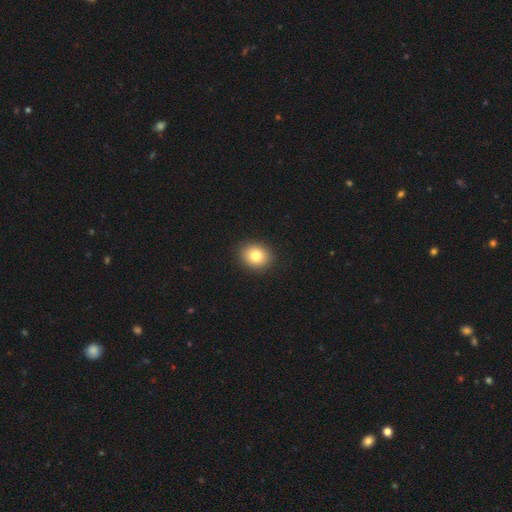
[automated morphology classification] Smooth or featured? smooth (82%)
How rounded? round (67%)
Merging? none (91%)